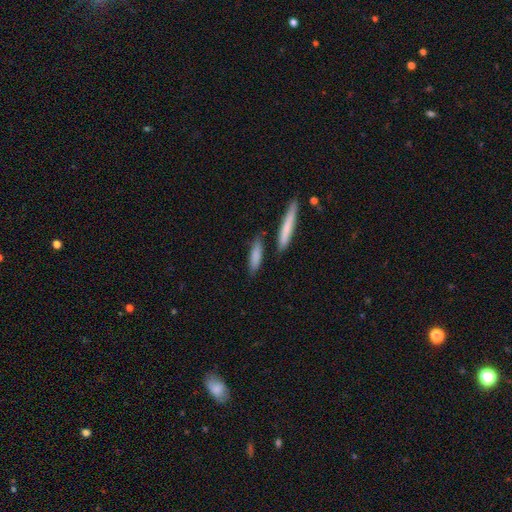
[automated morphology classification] smooth 81%, featured or disk 13%, star or artifact 6%. Down the decision tree: how rounded — cigar-shaped (68%); merging — none (76%).